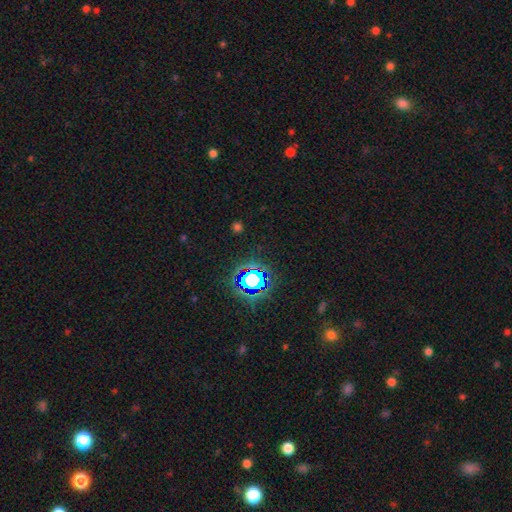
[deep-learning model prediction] Smooth or featured: star or artifact — 77% (smooth — 15%)